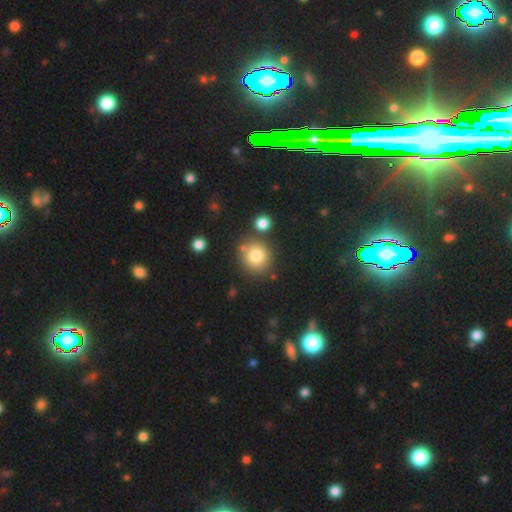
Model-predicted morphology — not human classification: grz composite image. It shows a smooth galaxy with no disk features (79%) that is round (89%). Merging: none (74%).